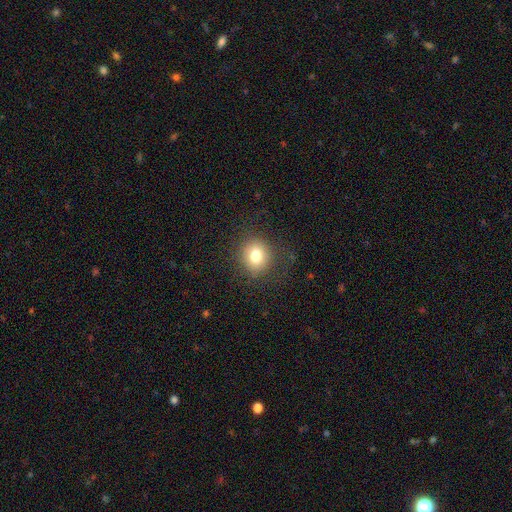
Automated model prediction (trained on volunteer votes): Morphology: type=smooth (77%); roundness=round (82%); merging=none (83%).